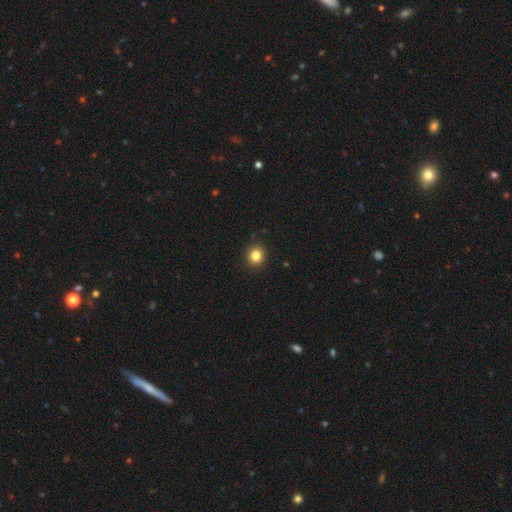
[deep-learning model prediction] Smooth or featured: smooth — 83% (star or artifact — 12%)
How rounded: round — 89% (in between — 10%)
Merging: none — 92% (minor disturbance — 6%)